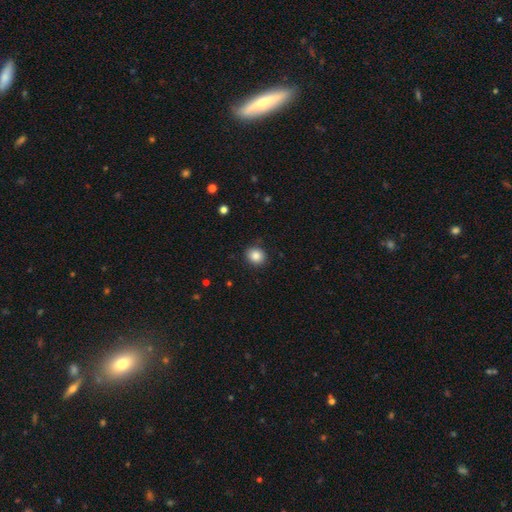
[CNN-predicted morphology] smooth 85%, star or artifact 10%, featured or disk 5%. Down the decision tree: how rounded — round (77%); merging — none (88%).